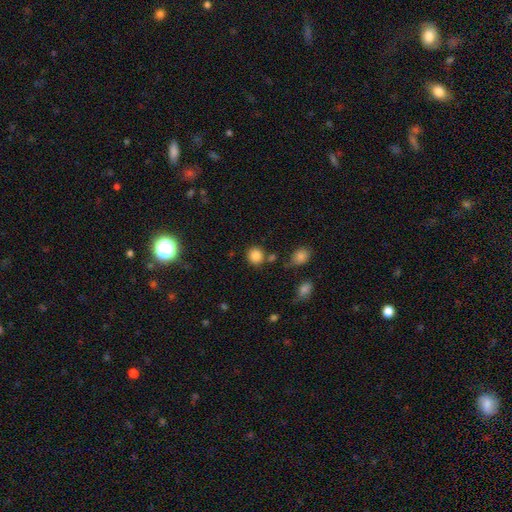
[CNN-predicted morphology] Q: Smooth or featured?
A: smooth (85%); runner-up: star or artifact (11%)
Q: How rounded?
A: round (87%); runner-up: in between (12%)
Q: Merging?
A: none (78%); runner-up: minor disturbance (10%)